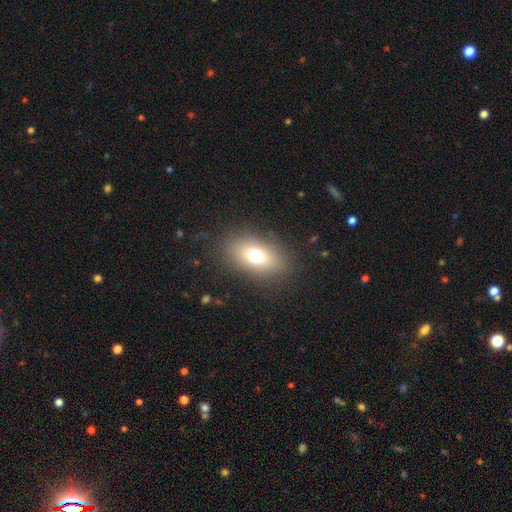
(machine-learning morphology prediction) Smooth or featured? Predicted: smooth (p=0.70). How rounded? Predicted: in between (p=0.80). Merging? Predicted: none (p=0.84).